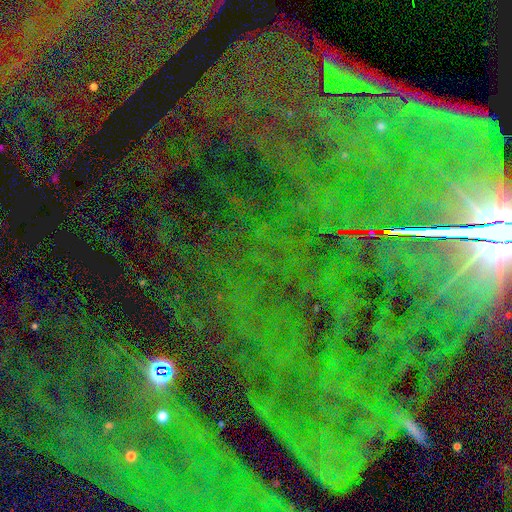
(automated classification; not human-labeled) Smooth or featured?
  - star or artifact: 82% *
  - featured or disk: 10%
  - smooth: 8%